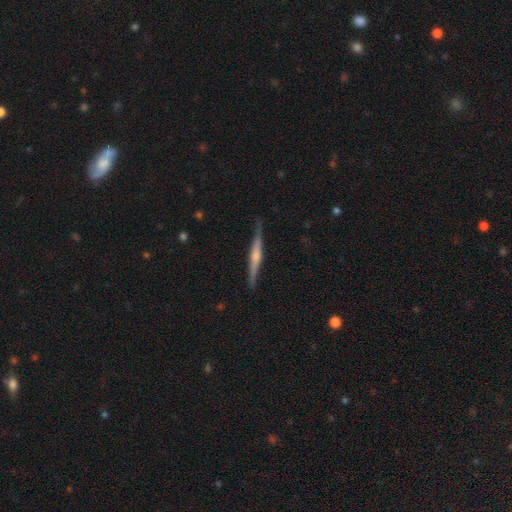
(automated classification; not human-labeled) The model was most divided on "edge-on bulge": rounded: 66%, boxy: 18%, none: 16%. More confident: edge-on disk — yes (98%); merging — none (87%); smooth or featured — featured or disk (73%).